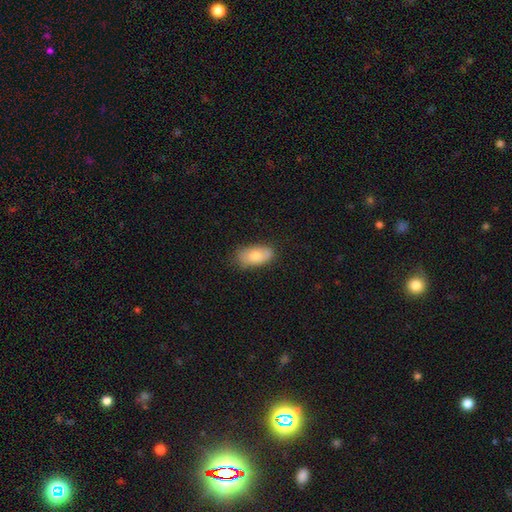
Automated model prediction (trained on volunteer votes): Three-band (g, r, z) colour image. It shows a smooth galaxy with no disk features (75%) that is in between round and cigar-shaped (91%). Merging: none (74%).